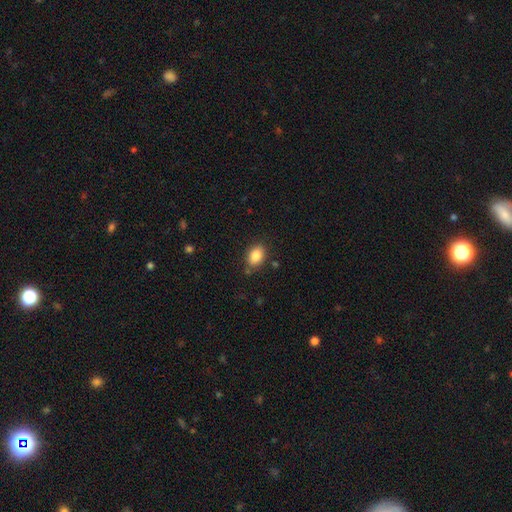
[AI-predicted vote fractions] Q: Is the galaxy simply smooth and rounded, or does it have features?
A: smooth — 86%.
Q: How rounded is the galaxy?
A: in between — 78%.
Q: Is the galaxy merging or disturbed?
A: none — 81%.